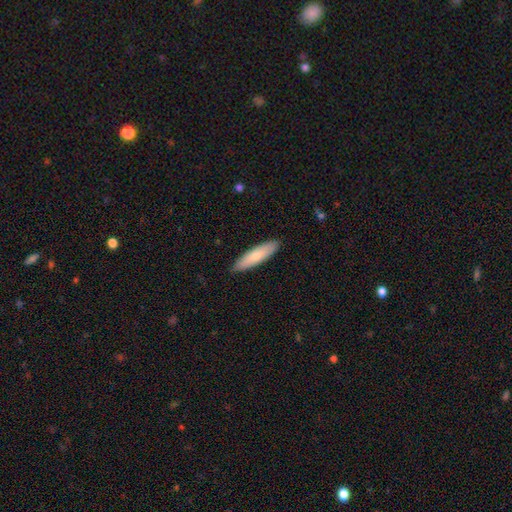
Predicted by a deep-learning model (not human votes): Smooth or featured: smooth — 74% (featured or disk — 21%)
How rounded: cigar-shaped — 70% (in between — 29%)
Merging: none — 88% (minor disturbance — 9%)